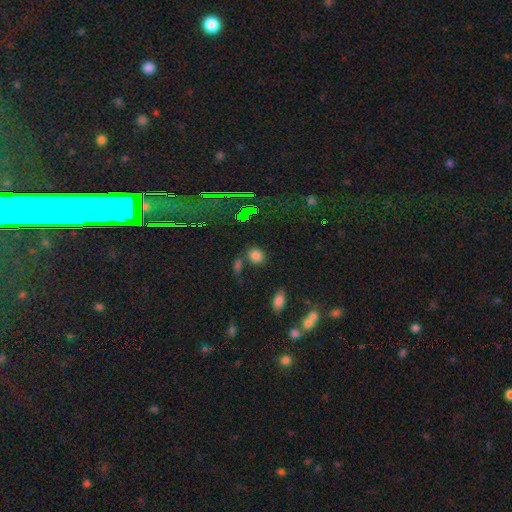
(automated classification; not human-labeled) smooth 75%, star or artifact 19%, featured or disk 6%. Down the decision tree: how rounded — round (67%); merging — none (74%).